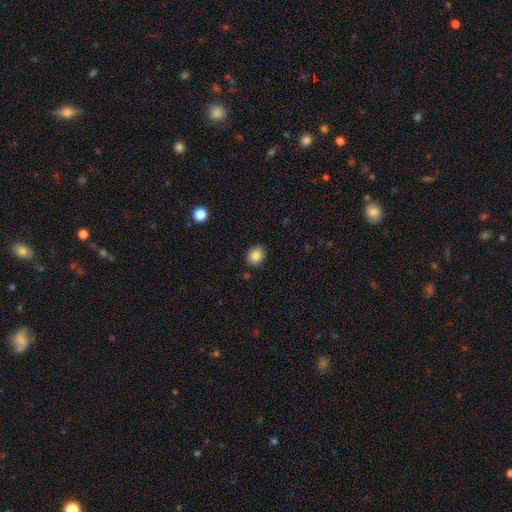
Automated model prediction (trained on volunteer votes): Overall: smooth (85%). How rounded: round (69%; in between 30%). Merging: none (89%).